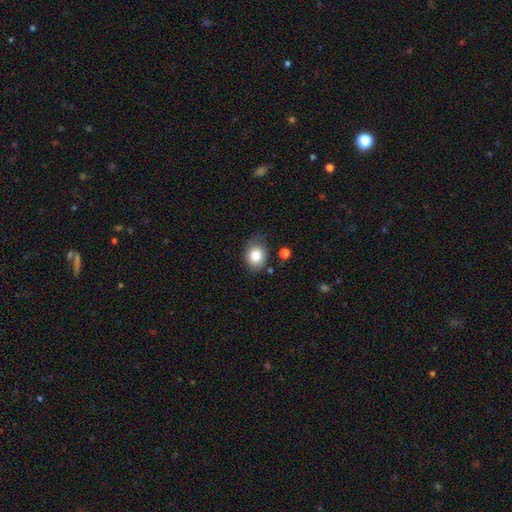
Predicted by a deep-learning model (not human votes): Smooth or featured?
  - smooth: 82% *
  - featured or disk: 10%
  - star or artifact: 9%
How rounded?
  - in between: 52% *
  - round: 47%
  - cigar-shaped: 1%
Merging?
  - none: 66% *
  - minor disturbance: 23%
  - major disturbance: 7%
  - merger: 3%